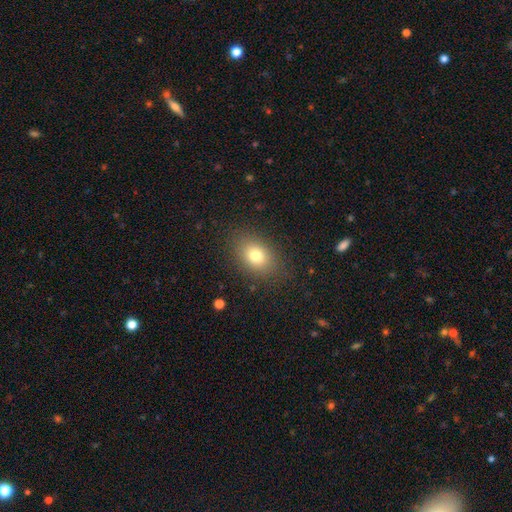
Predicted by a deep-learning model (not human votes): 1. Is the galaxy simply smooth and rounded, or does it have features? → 77% smooth, 12% featured or disk, 11% star or artifact.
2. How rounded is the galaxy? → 71% in between, 28% round, 1% cigar-shaped.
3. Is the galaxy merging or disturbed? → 84% none, 10% minor disturbance, 4% major disturbance, 1% merger.